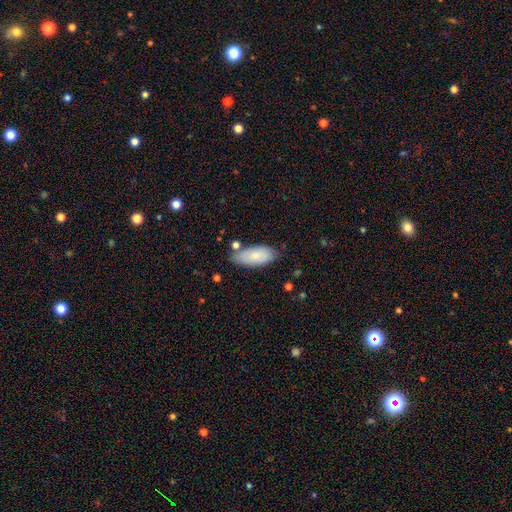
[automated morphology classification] Q: Smooth or featured?
A: smooth (82%); runner-up: featured or disk (12%)
Q: How rounded?
A: in between (89%); runner-up: cigar-shaped (10%)
Q: Merging?
A: none (68%); runner-up: minor disturbance (21%)